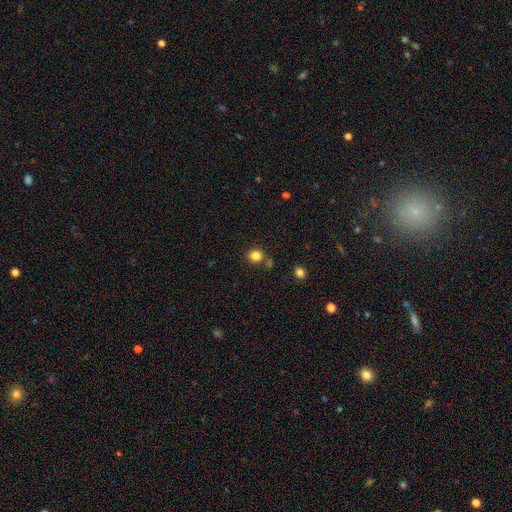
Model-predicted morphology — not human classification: type=smooth (83%); roundness=round (85%); merging=none (78%).